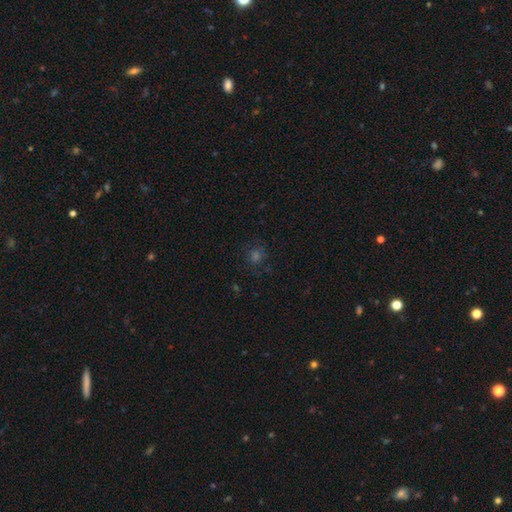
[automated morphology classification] A smooth galaxy with no disk features (52%) that is round (88%). Merging: none (83%).